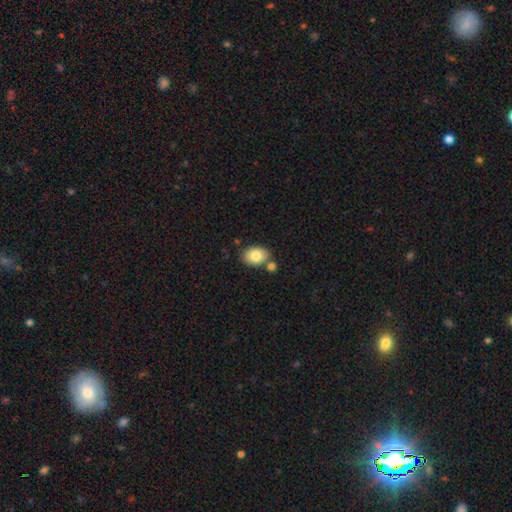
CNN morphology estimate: Smooth or featured? Predicted: smooth (p=0.82). How rounded? Predicted: in between (p=0.78). Merging? Predicted: none (p=0.68).